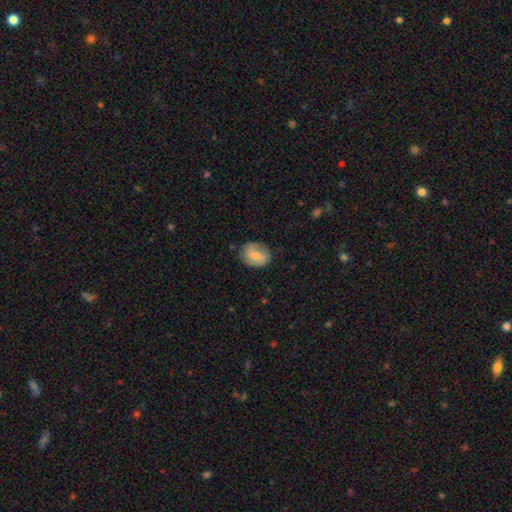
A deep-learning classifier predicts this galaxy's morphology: A smooth galaxy with no disk features (59%) that is round (53%). Merging: none (79%).